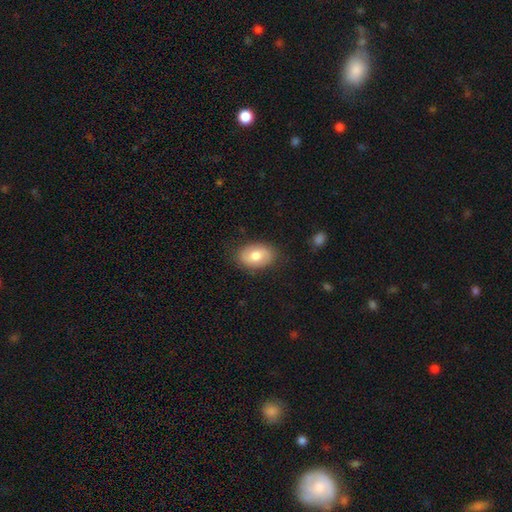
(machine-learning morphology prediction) smooth 76%, featured or disk 18%, star or artifact 6%. Down the decision tree: how rounded — in between (86%); merging — none (83%).